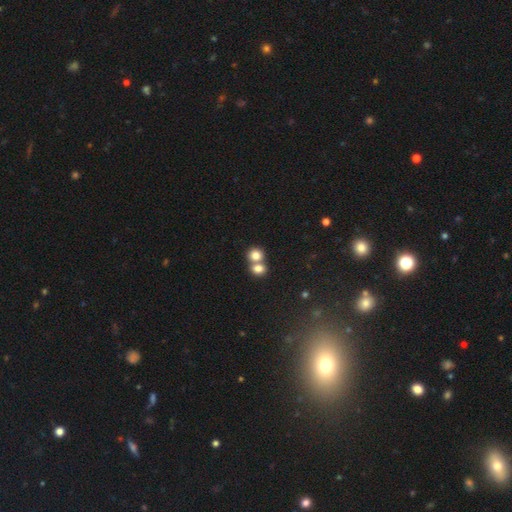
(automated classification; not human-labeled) Q: Smooth or featured?
A: smooth (80%); runner-up: star or artifact (10%)
Q: How rounded?
A: round (76%); runner-up: in between (23%)
Q: Merging?
A: merger (57%); runner-up: none (35%)